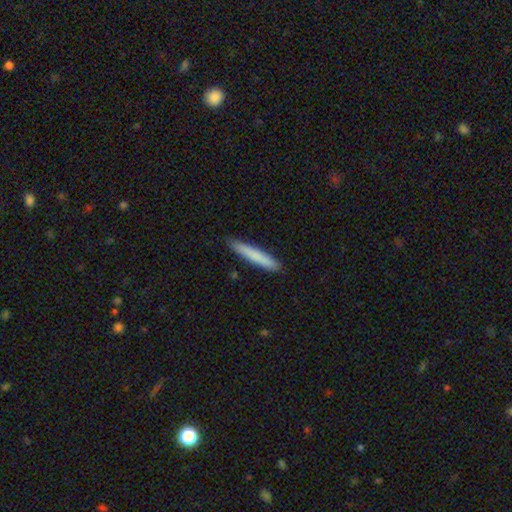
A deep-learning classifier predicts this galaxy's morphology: smooth_or_featured: smooth (p=0.79) [alt: featured or disk p=0.15]
how_rounded: cigar-shaped (p=0.94) [alt: in between p=0.05]
merging: none (p=0.89) [alt: minor disturbance p=0.08]